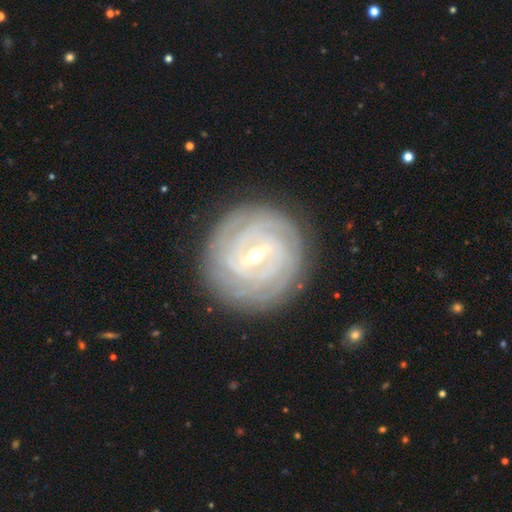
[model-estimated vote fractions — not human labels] Q: Smooth or featured?
A: featured or disk (88%); runner-up: smooth (7%)
Q: Edge-on disk?
A: no (96%); runner-up: yes (4%)
Q: Bar?
A: strong (47%); runner-up: weak (43%)
Q: Spiral arms?
A: yes (94%); runner-up: no (6%)
Q: Spiral winding?
A: tight (86%); runner-up: medium (11%)
Q: Spiral arm count?
A: can't tell (32%); runner-up: 4 (22%)
Q: Bulge size?
A: small (48%); tied with: moderate (48%)
Q: Merging?
A: none (86%); runner-up: minor disturbance (10%)